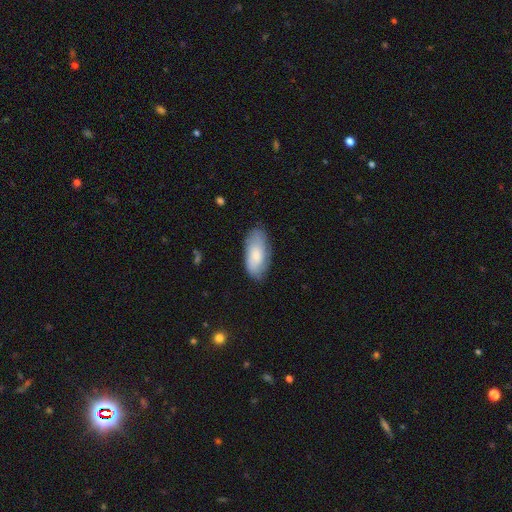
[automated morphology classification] Q: Smooth or featured?
A: smooth (68%); runner-up: featured or disk (26%)
Q: How rounded?
A: in between (90%); runner-up: cigar-shaped (7%)
Q: Merging?
A: none (74%); runner-up: minor disturbance (20%)